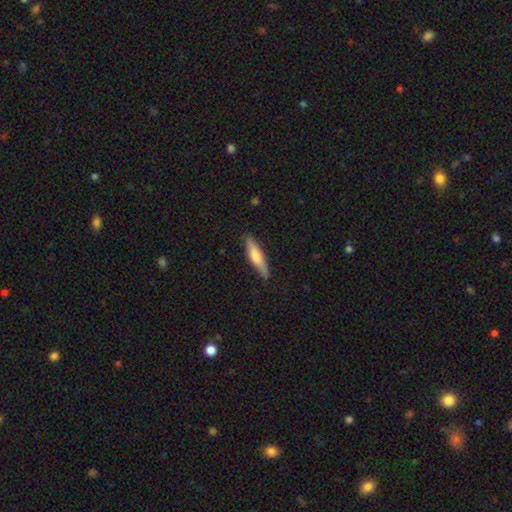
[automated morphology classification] type=smooth (59%); roundness=cigar-shaped (81%); merging=none (88%).